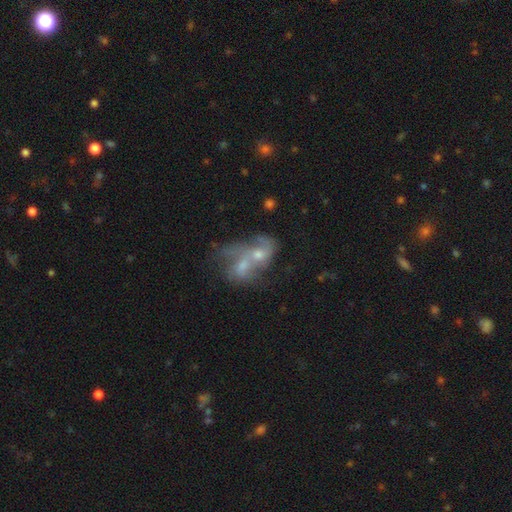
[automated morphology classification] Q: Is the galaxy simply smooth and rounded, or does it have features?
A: featured or disk — 61%.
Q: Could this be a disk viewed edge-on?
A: no — 96%.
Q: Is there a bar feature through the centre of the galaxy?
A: no — 69%.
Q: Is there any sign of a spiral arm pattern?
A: yes — 64%.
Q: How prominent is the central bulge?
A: moderate — 52%.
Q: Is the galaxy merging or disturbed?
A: merger — 70%.